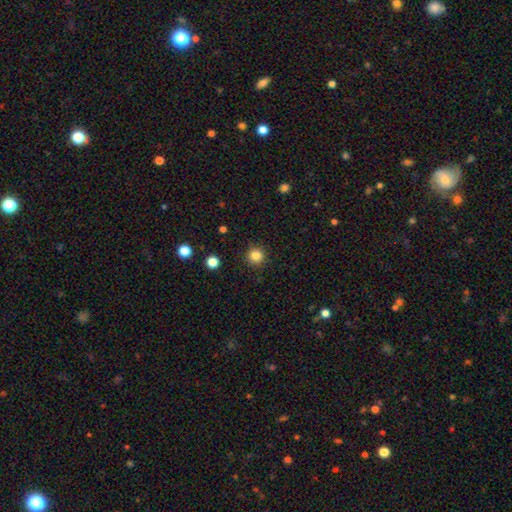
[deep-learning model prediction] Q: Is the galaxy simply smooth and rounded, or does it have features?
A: smooth — 83%.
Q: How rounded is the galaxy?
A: round — 94%.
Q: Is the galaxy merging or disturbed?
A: none — 91%.